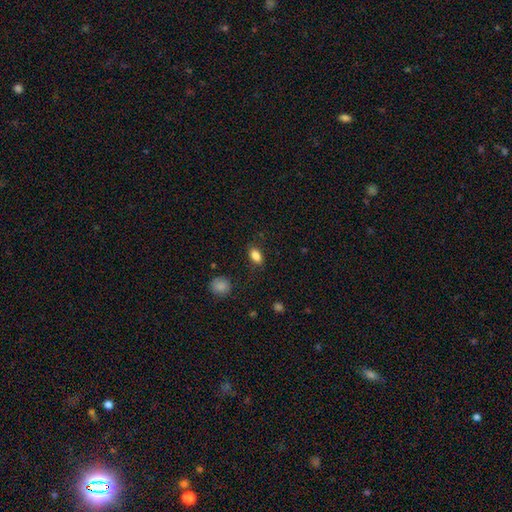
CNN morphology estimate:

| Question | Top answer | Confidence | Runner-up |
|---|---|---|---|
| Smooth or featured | smooth | 86% | star or artifact (9%) |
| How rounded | in between | 86% | round (11%) |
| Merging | none | 82% | minor disturbance (12%) |